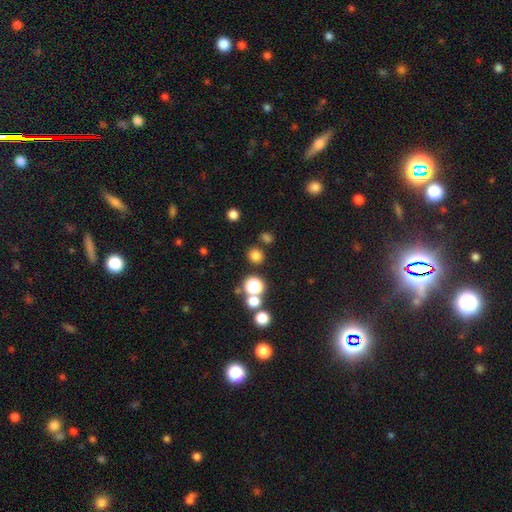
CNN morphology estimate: smooth 75%, star or artifact 20%, featured or disk 5%. Down the decision tree: how rounded — round (88%); merging — none (81%).